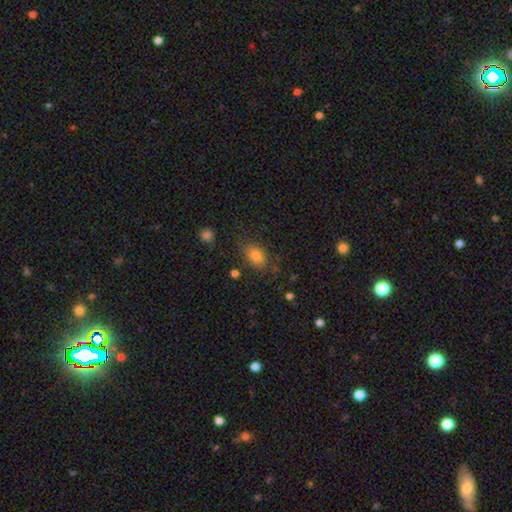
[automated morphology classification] The model was most divided on "how rounded": in between: 78%, round: 20%, cigar-shaped: 2%. More confident: smooth or featured — smooth (80%); merging — none (75%).